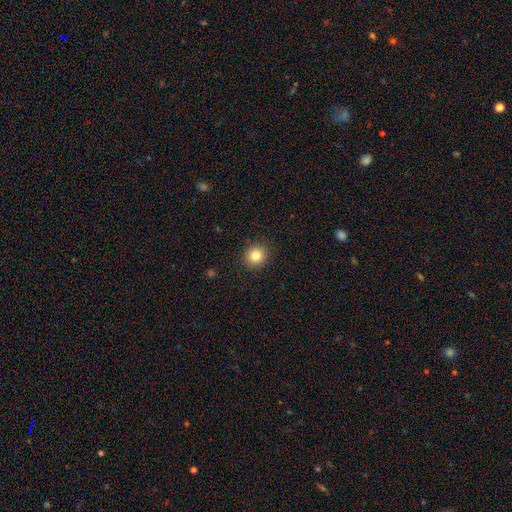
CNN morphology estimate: Smooth or featured: smooth — 83% (star or artifact — 11%)
How rounded: round — 89% (in between — 10%)
Merging: none — 91% (minor disturbance — 6%)